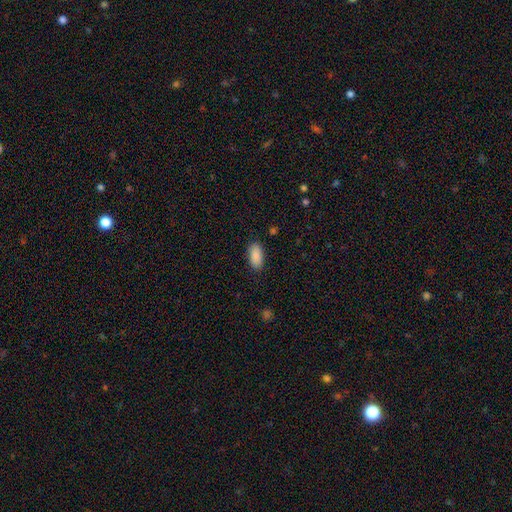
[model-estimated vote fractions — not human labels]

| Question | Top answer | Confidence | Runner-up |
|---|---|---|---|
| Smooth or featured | smooth | 90% | star or artifact (7%) |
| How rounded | in between | 93% | cigar-shaped (5%) |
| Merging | none | 88% | minor disturbance (9%) |